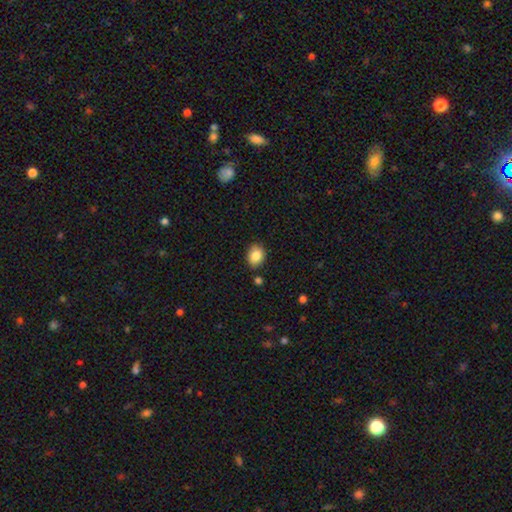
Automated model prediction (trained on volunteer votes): A smooth galaxy with no disk features (86%) that is in between round and cigar-shaped (60%).

Vote fractions:
- Smooth or featured? smooth: 86% / star or artifact: 8% / featured or disk: 6%
- How rounded? in between: 60% / round: 40% / cigar-shaped: 1%
- Merging? none: 84% / minor disturbance: 10% / merger: 3% / major disturbance: 2%